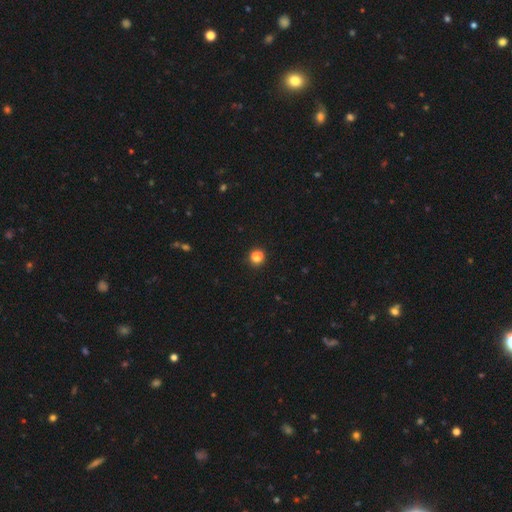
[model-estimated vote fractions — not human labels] This appears to be a smooth galaxy with no disk features (82%) that is round (84%). Merging: none (84%).